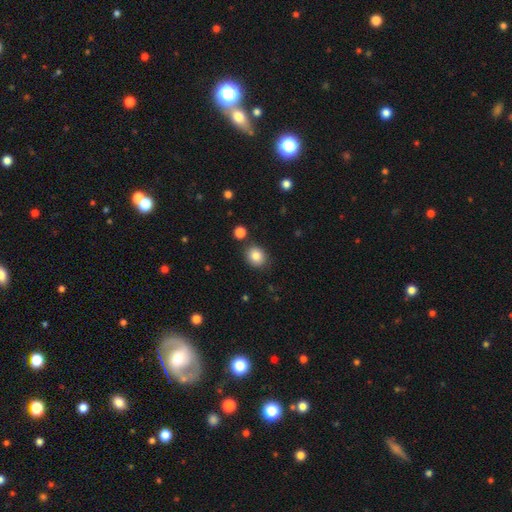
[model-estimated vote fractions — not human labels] smooth 84%, star or artifact 10%, featured or disk 7%. Down the decision tree: how rounded — round (65%); merging — none (83%).